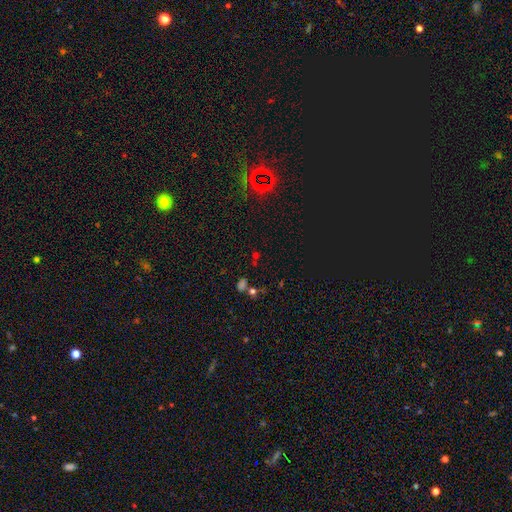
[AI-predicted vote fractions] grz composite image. It shows a star or artifact, not a galaxy (54%).